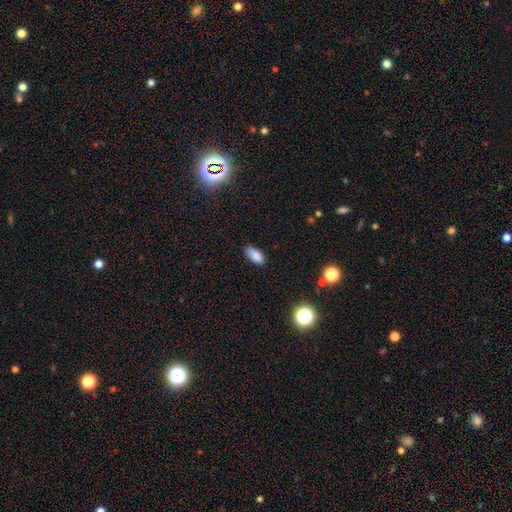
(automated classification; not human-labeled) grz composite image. It shows a smooth galaxy with no disk features (85%) that is in between round and cigar-shaped (91%). Merging: none (73%).